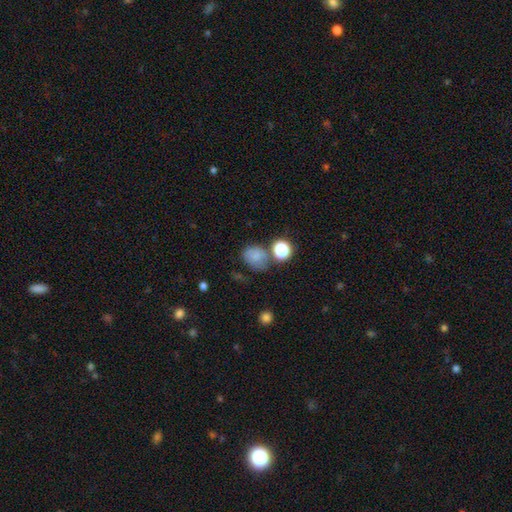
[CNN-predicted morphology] Smooth or featured? smooth (76%)
How rounded? round (59%)
Merging? none (54%)